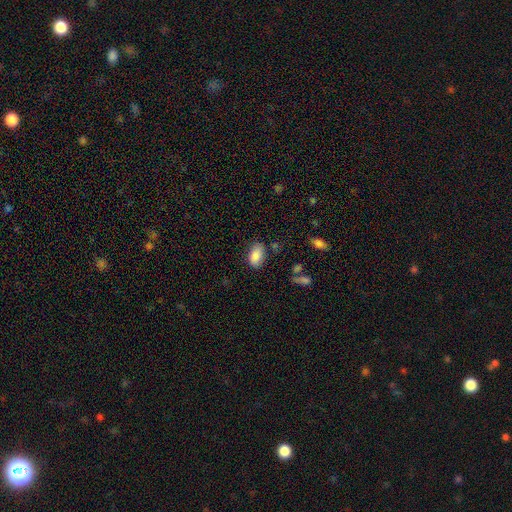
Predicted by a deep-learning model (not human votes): Morphology: type=smooth (86%); roundness=in between (93%); merging=none (75%).